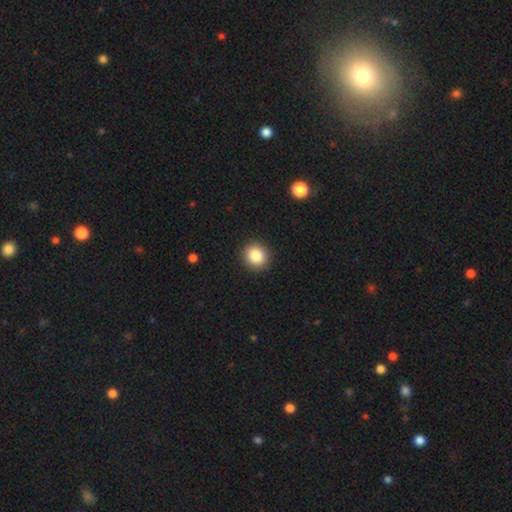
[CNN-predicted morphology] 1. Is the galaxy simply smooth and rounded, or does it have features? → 85% smooth, 9% star or artifact, 6% featured or disk.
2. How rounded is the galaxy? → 84% round, 15% in between, 1% cigar-shaped.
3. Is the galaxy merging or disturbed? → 91% none, 6% minor disturbance, 2% major disturbance, 1% merger.